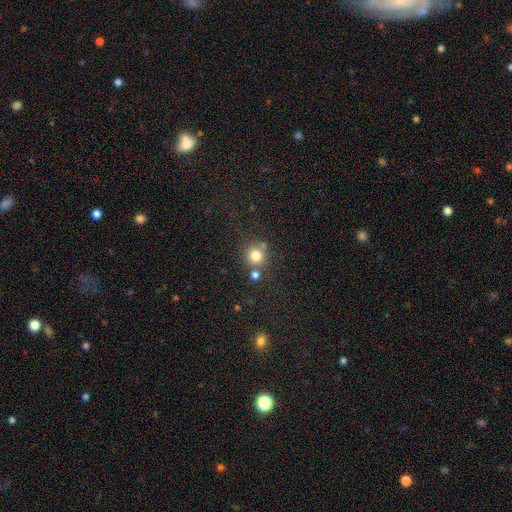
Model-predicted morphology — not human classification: A smooth galaxy with no disk features (78%) that is round (90%). Merging: none (68%).